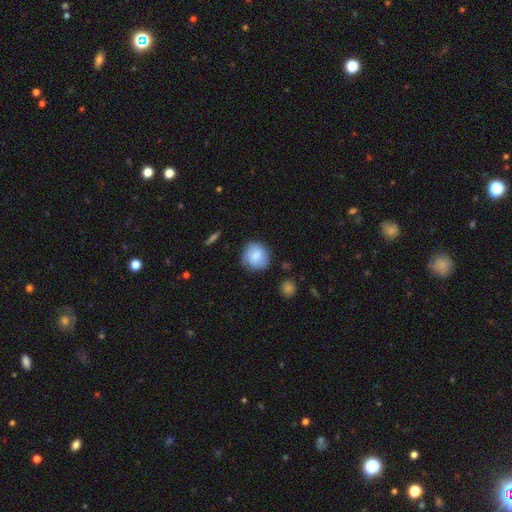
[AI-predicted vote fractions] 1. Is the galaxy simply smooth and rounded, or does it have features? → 73% smooth, 20% featured or disk, 7% star or artifact.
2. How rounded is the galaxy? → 86% round, 13% in between, 1% cigar-shaped.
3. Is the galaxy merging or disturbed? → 77% none, 17% minor disturbance, 4% major disturbance, 2% merger.